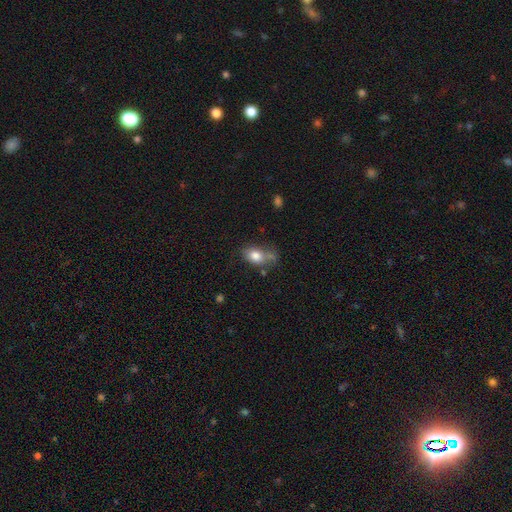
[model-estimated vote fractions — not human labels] This appears to be a smooth galaxy with no disk features (80%) that is in between round and cigar-shaped (78%). Merging: none (45%).